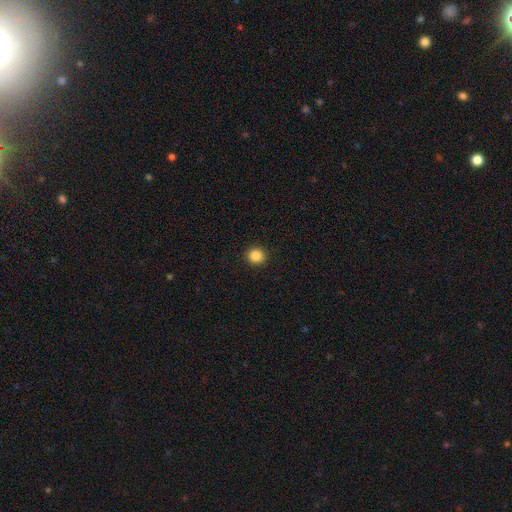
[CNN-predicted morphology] Smooth or featured? Predicted: smooth (p=0.87). How rounded? Predicted: round (p=0.92). Merging? Predicted: none (p=0.93).